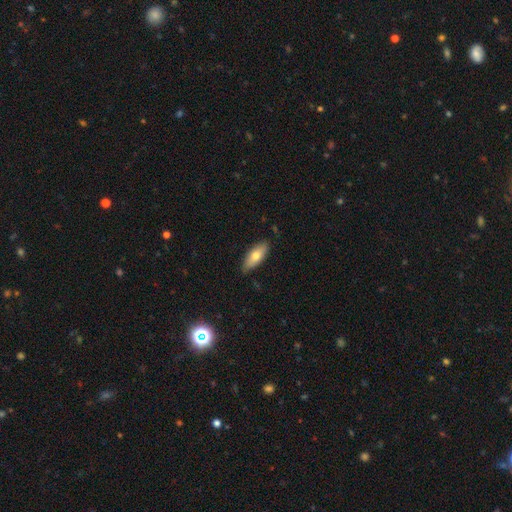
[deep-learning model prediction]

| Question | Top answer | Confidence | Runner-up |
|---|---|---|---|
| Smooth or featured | smooth | 71% | featured or disk (23%) |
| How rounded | in between | 71% | cigar-shaped (26%) |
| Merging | none | 82% | minor disturbance (14%) |